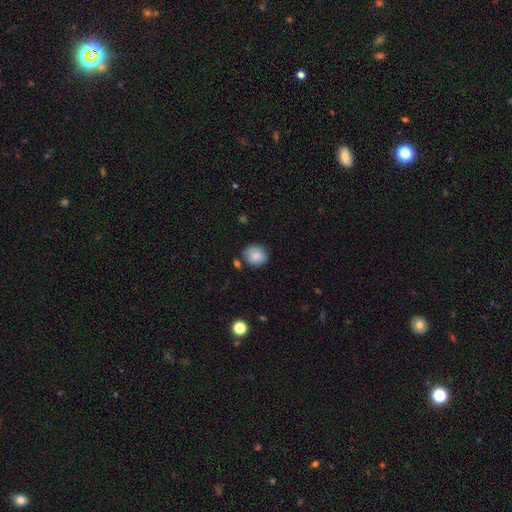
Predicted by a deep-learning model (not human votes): Smooth or featured: smooth — 84% (featured or disk — 8%)
How rounded: round — 76% (in between — 23%)
Merging: none — 77% (minor disturbance — 15%)